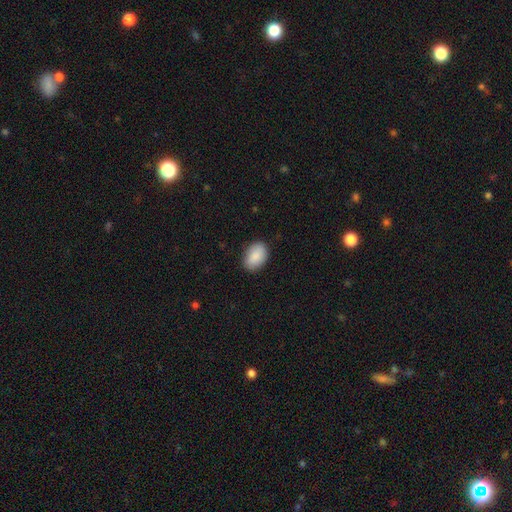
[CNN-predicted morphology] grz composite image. It shows a smooth galaxy with no disk features (89%) that is in between round and cigar-shaped (87%). Merging: none (85%).